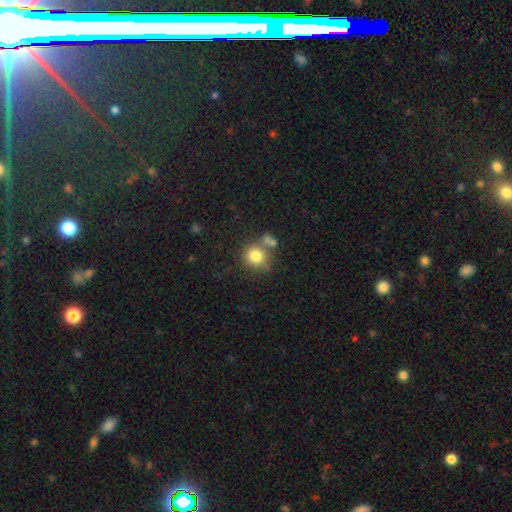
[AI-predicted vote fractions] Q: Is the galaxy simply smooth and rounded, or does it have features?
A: smooth — 80%.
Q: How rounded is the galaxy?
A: round — 87%.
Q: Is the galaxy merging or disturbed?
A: none — 62%.